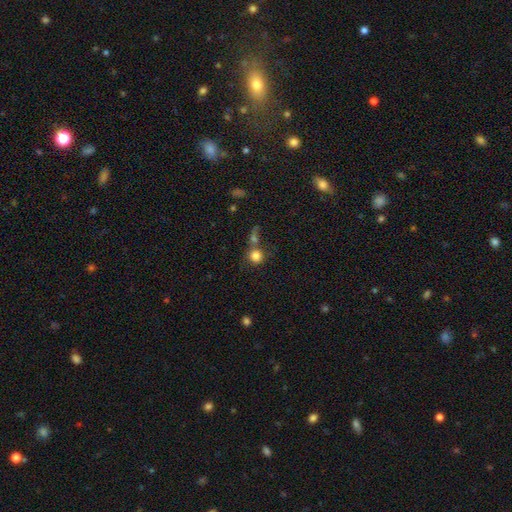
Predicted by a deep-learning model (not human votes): This appears to be a smooth galaxy with no disk features (82%) that is round (89%). Merging: none (48%).